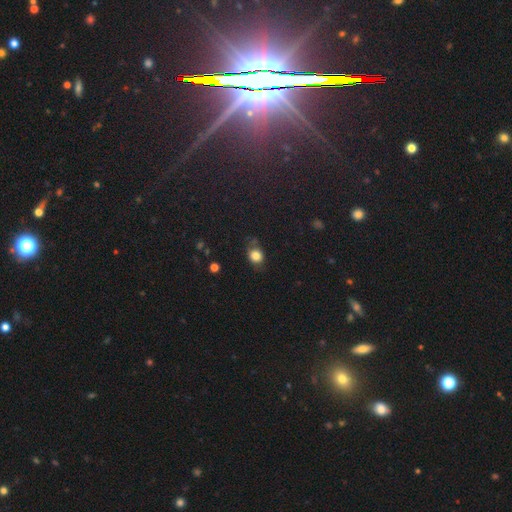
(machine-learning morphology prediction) type=smooth (81%); roundness=round (70%); merging=none (69%).